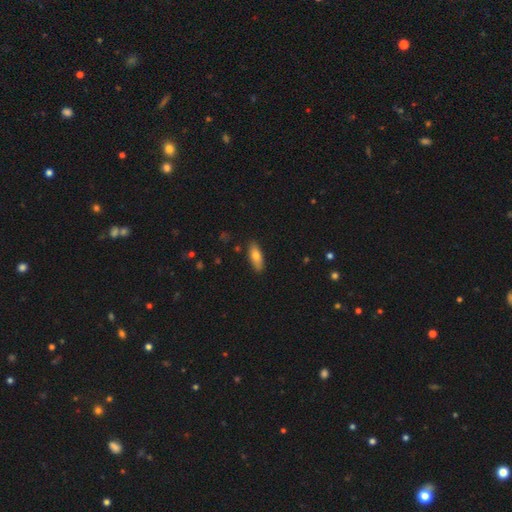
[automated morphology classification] Q: Smooth or featured?
A: smooth (75%); runner-up: featured or disk (18%)
Q: How rounded?
A: in between (67%); runner-up: cigar-shaped (31%)
Q: Merging?
A: none (85%); runner-up: minor disturbance (11%)